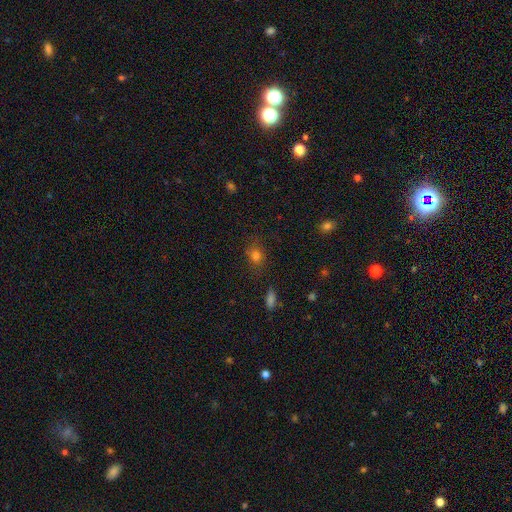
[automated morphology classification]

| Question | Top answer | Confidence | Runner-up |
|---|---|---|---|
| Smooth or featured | smooth | 76% | star or artifact (15%) |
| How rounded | round | 53% | in between (45%) |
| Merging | none | 75% | minor disturbance (17%) |